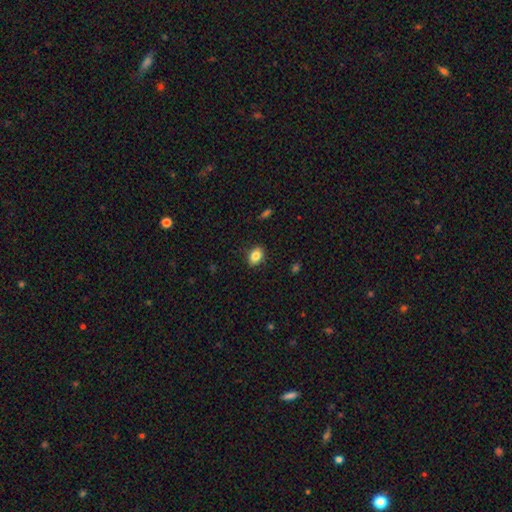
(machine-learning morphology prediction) Smooth or featured? Predicted: smooth (p=0.84). How rounded? Predicted: in between (p=0.75). Merging? Predicted: none (p=0.87).